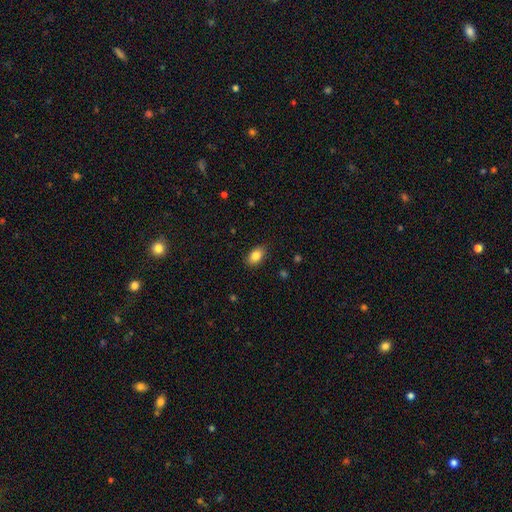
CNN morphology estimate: smooth 85%, star or artifact 8%, featured or disk 7%. Down the decision tree: how rounded — in between (87%); merging — none (86%).